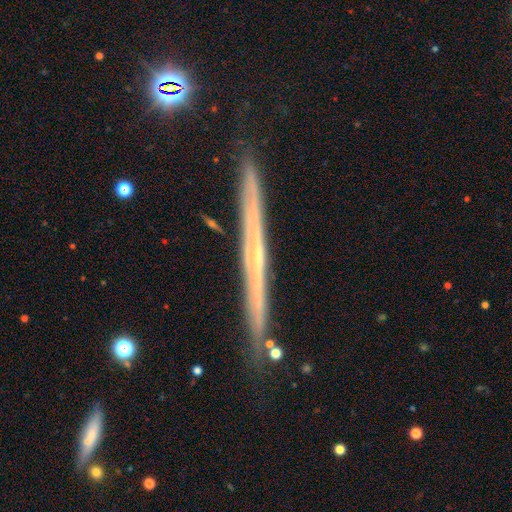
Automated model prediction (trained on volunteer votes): Q: Smooth or featured?
A: featured or disk (71%); runner-up: smooth (21%)
Q: Edge-on disk?
A: yes (97%); runner-up: no (3%)
Q: Edge-on bulge?
A: none (69%); runner-up: rounded (28%)
Q: Merging?
A: none (87%); runner-up: minor disturbance (9%)